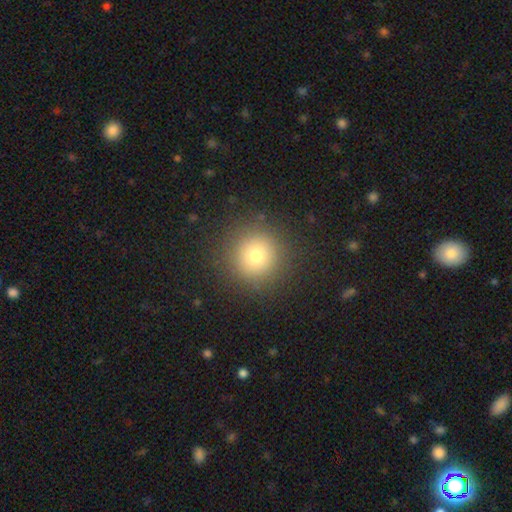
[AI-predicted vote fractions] Morphology: type=smooth (75%); roundness=round (95%); merging=none (90%).